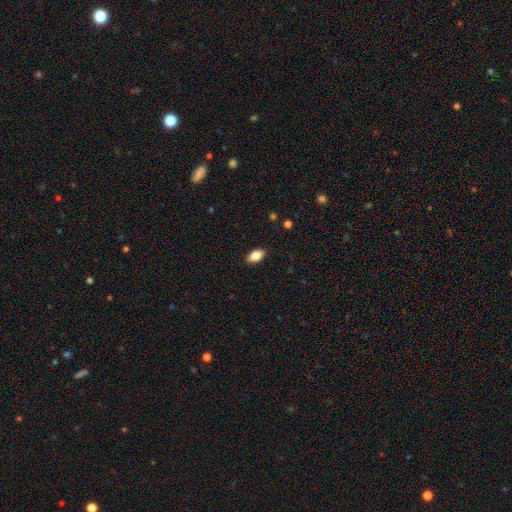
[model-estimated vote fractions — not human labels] Smooth or featured?
  - smooth: 85% *
  - star or artifact: 8%
  - featured or disk: 7%
How rounded?
  - in between: 92% *
  - round: 5%
  - cigar-shaped: 4%
Merging?
  - none: 88% *
  - minor disturbance: 9%
  - major disturbance: 2%
  - merger: 1%